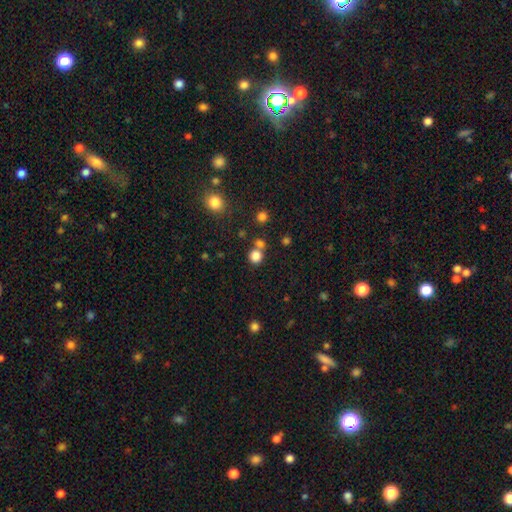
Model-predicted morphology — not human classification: type=smooth (81%); roundness=round (88%); merging=none (64%).